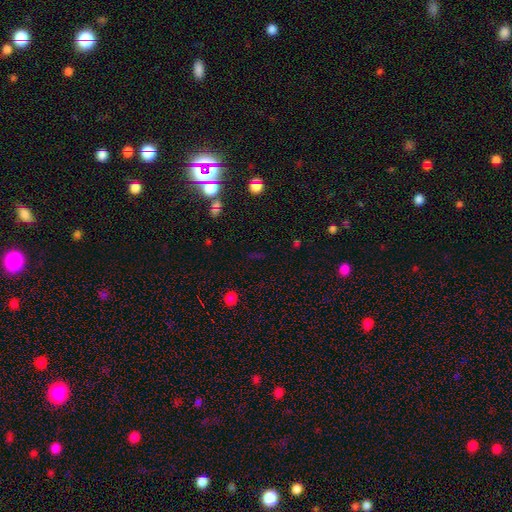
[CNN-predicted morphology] Q: Smooth or featured?
A: star or artifact (62%); runner-up: smooth (27%)